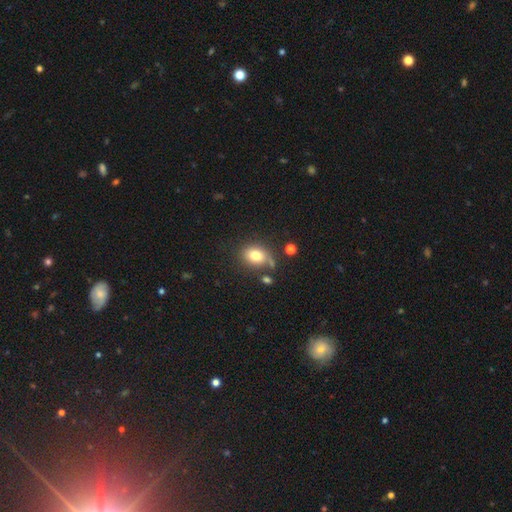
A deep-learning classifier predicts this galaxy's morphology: Smooth or featured: smooth — 78% (featured or disk — 11%)
How rounded: in between — 54% (round — 45%)
Merging: none — 63% (minor disturbance — 19%)